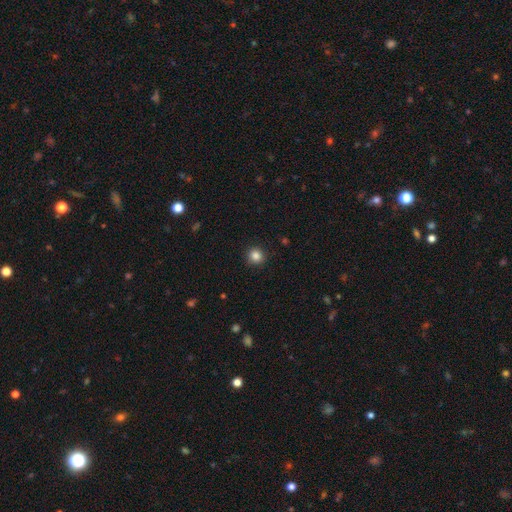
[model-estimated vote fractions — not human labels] A smooth galaxy with no disk features (85%) that is round (92%). Merging: none (91%).